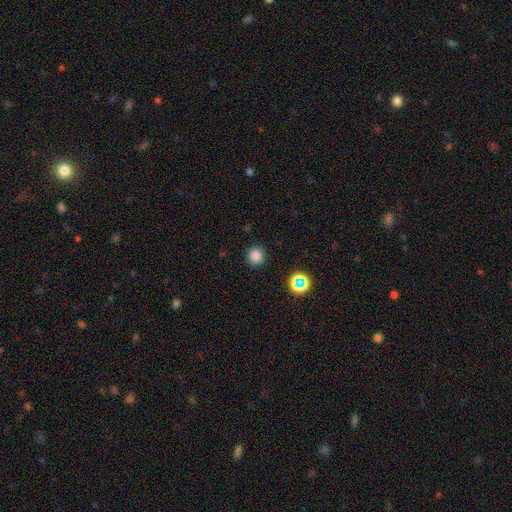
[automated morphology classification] This is clearly a smooth galaxy (81%). How rounded: clearly round (91%). Merging: clearly none (90%).